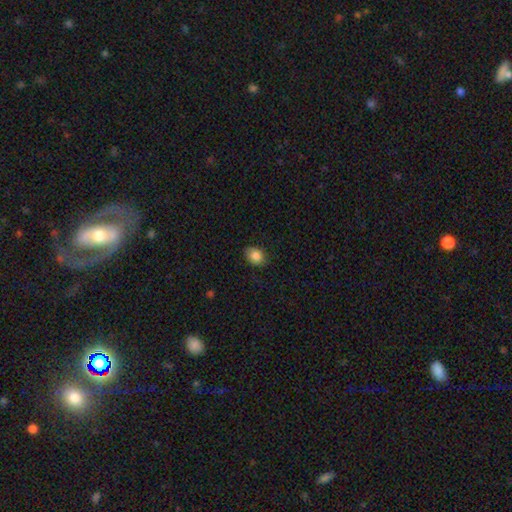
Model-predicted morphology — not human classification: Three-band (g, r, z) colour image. It shows a smooth galaxy with no disk features (86%) that is in between round and cigar-shaped (60%). Merging: none (83%).